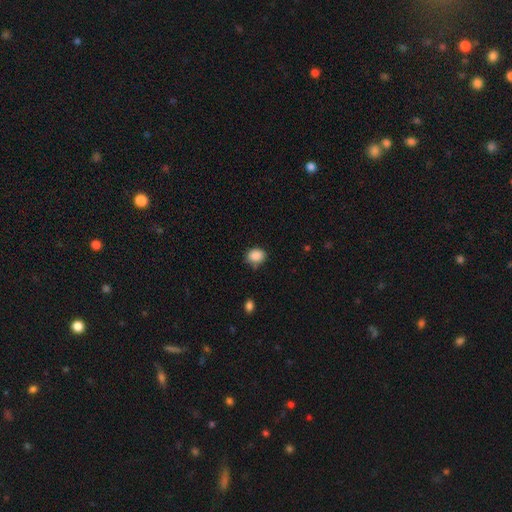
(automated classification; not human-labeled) A smooth galaxy with no disk features (88%) that is in between round and cigar-shaped (53%). Merging: none (73%).